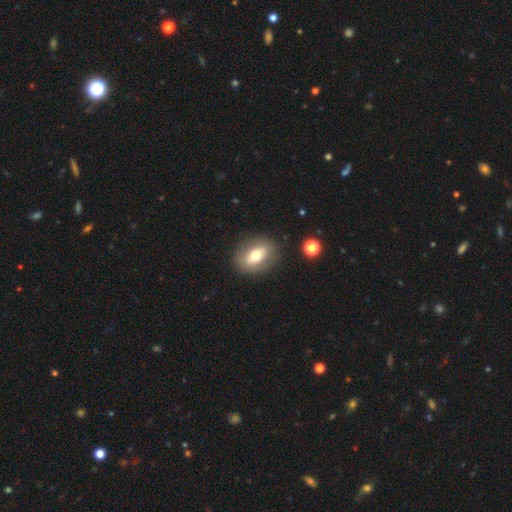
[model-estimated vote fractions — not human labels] smooth_or_featured: smooth (p=0.59) [alt: featured or disk p=0.33]
how_rounded: in between (p=0.75) [alt: round p=0.24]
merging: none (p=0.84) [alt: minor disturbance p=0.11]